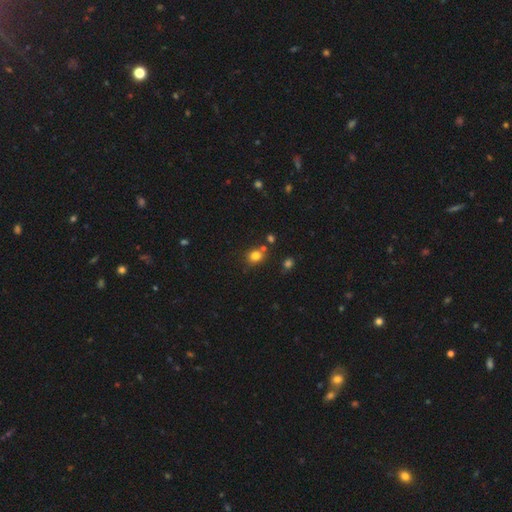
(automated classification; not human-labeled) Smooth or featured?
  - smooth: 79% *
  - star or artifact: 15%
  - featured or disk: 7%
How rounded?
  - round: 72% *
  - in between: 27%
  - cigar-shaped: 1%
Merging?
  - none: 73% *
  - minor disturbance: 12%
  - merger: 12%
  - major disturbance: 3%